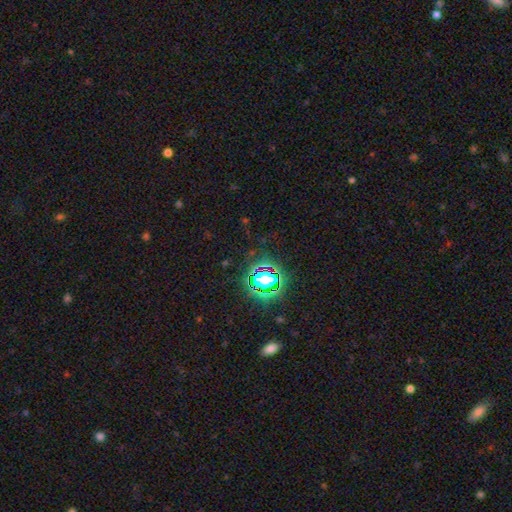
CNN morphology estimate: Smooth or featured? star or artifact (81%)